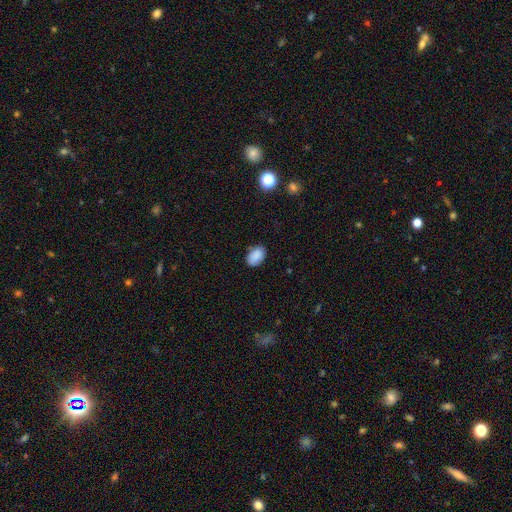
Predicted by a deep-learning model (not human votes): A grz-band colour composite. It shows a smooth galaxy with no disk features (87%) that is in between round and cigar-shaped (87%). Merging: none (81%).